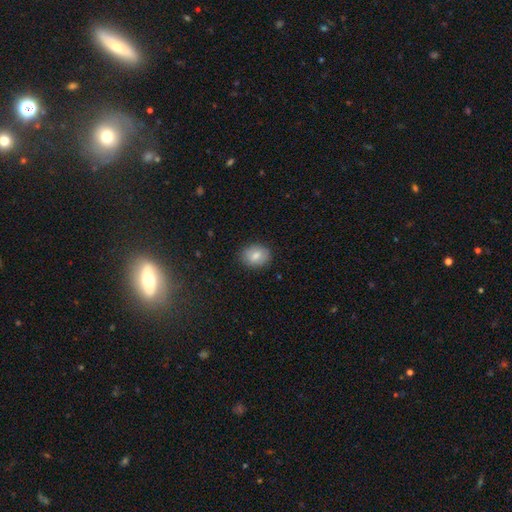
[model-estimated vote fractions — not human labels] Smooth or featured?
  - smooth: 81% *
  - featured or disk: 11%
  - star or artifact: 8%
How rounded?
  - in between: 57% *
  - round: 42%
  - cigar-shaped: 1%
Merging?
  - none: 86% *
  - minor disturbance: 11%
  - major disturbance: 2%
  - merger: 1%